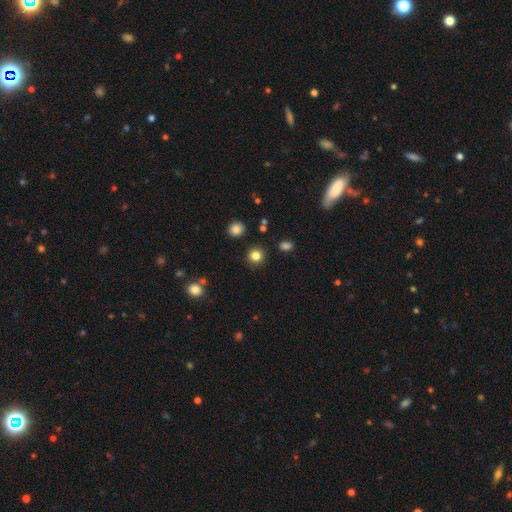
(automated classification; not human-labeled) Smooth or featured? smooth (83%)
How rounded? round (91%)
Merging? none (90%)